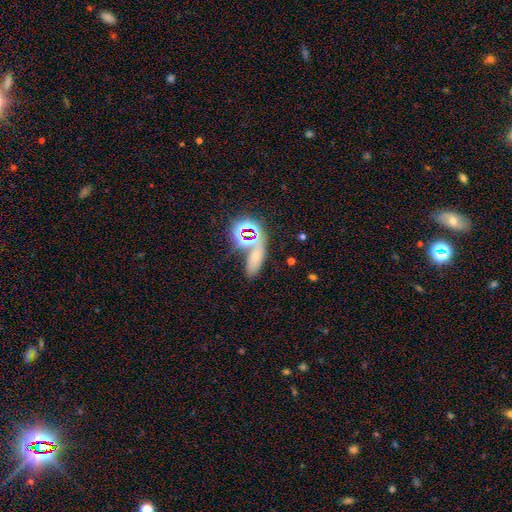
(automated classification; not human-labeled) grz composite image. It shows a smooth galaxy with no disk features (48%). Merging: none (53%).